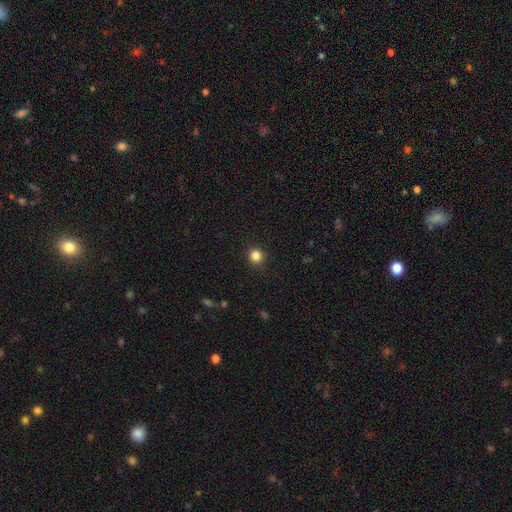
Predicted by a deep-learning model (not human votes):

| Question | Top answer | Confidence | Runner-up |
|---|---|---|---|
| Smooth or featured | smooth | 85% | star or artifact (12%) |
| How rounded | round | 92% | in between (7%) |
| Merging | none | 90% | minor disturbance (7%) |